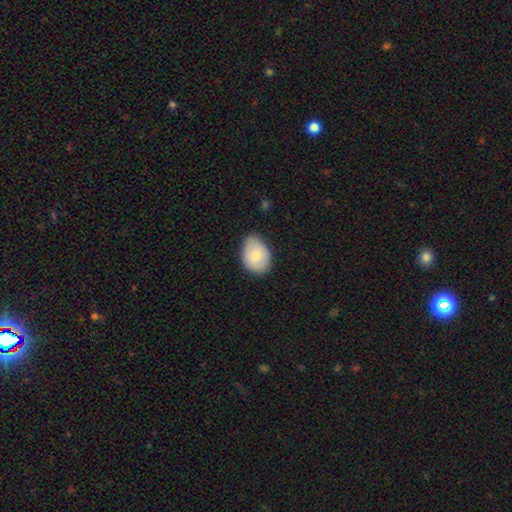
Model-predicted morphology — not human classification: smooth-or-featured: smooth: 77% | featured or disk: 16% | star or artifact: 7%
  how-rounded: in between: 71% | round: 28% | cigar-shaped: 1%
  merging: none: 66% | minor disturbance: 29% | major disturbance: 4% | merger: 1%